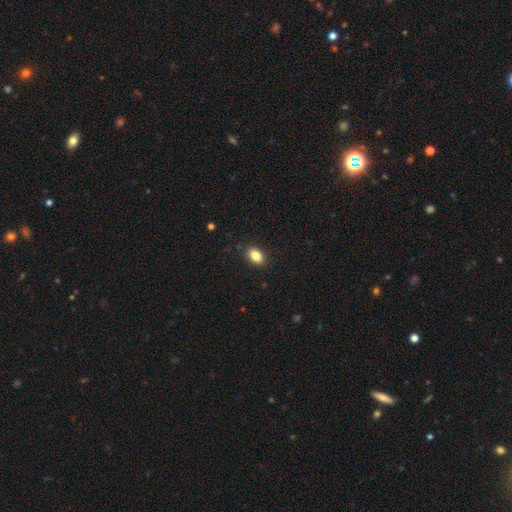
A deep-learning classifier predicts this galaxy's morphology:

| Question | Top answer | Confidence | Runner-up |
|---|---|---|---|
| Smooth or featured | smooth | 85% | star or artifact (9%) |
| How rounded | in between | 83% | round (15%) |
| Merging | none | 88% | minor disturbance (9%) |